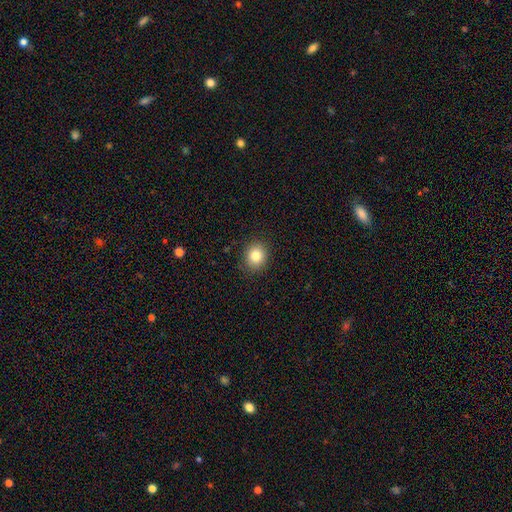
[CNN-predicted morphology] Smooth or featured: smooth — 82% (star or artifact — 11%)
How rounded: round — 77% (in between — 22%)
Merging: none — 89% (minor disturbance — 8%)